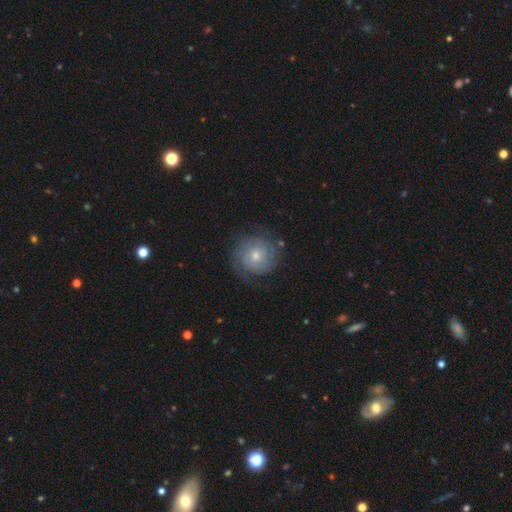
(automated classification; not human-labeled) featured or disk 55%, smooth 36%, star or artifact 8%. Down the decision tree: edge-on disk — no (97%); bar — no (81%); spiral arms — yes (81%); bulge size — moderate (51%); merging — none (72%).